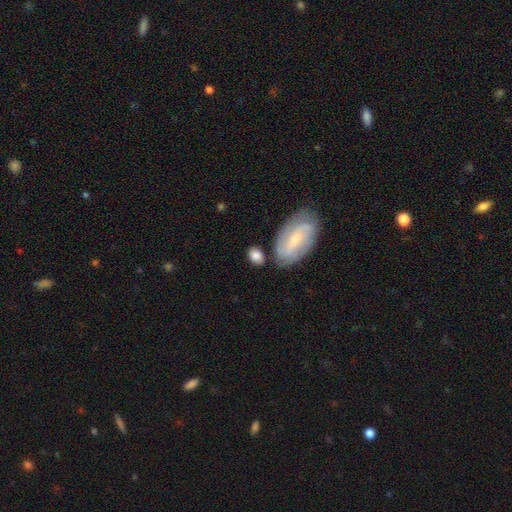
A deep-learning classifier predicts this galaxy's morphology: A smooth galaxy with no disk features (73%) that is in between round and cigar-shaped (81%). Merging: none (65%).